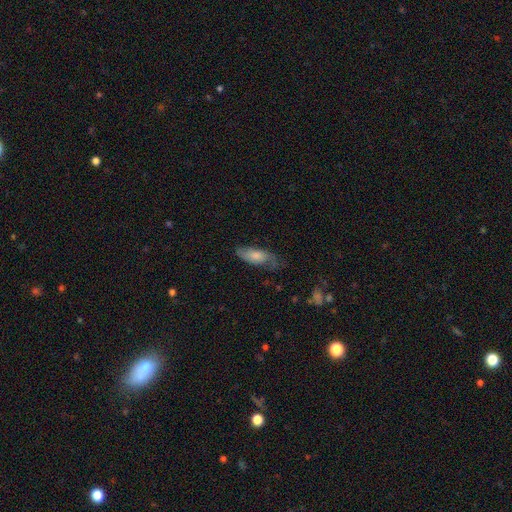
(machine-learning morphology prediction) The model was most divided on "merging": none: 55%, minor disturbance: 30%, major disturbance: 13%, merger: 2%. More confident: how rounded — in between (77%); smooth or featured — smooth (65%).